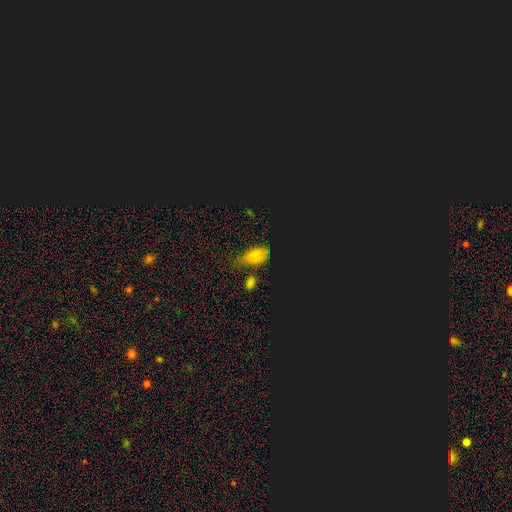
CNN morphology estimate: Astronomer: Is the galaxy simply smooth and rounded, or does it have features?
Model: smooth — 51% (runner-up: star or artifact, 38%).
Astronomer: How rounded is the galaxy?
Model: in between — 81%.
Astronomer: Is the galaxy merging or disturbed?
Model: none — 51%.